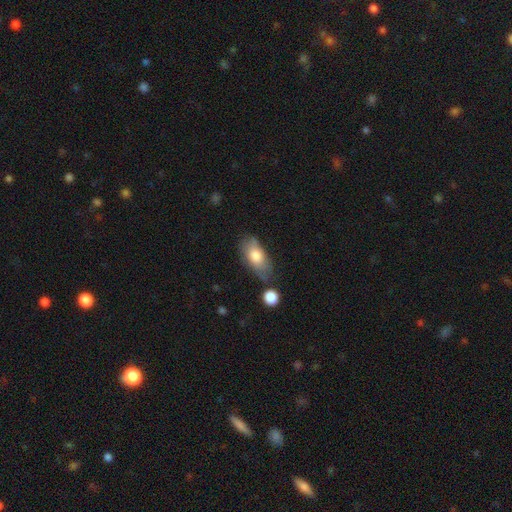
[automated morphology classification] Smooth or featured?
  - smooth: 73% *
  - featured or disk: 20%
  - star or artifact: 6%
How rounded?
  - in between: 89% *
  - cigar-shaped: 7%
  - round: 5%
Merging?
  - none: 58% *
  - minor disturbance: 26%
  - major disturbance: 8%
  - merger: 7%